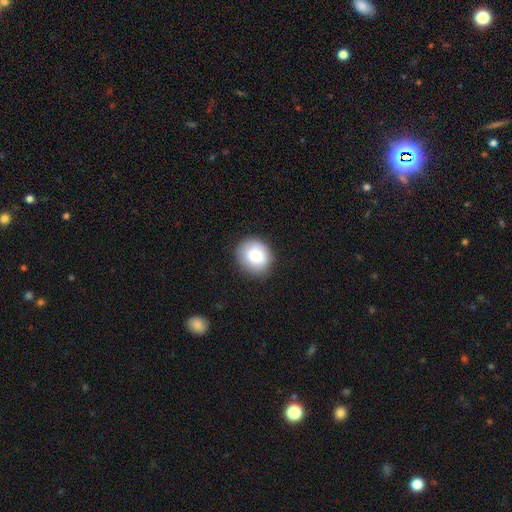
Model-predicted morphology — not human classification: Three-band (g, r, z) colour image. It shows a smooth galaxy with no disk features (83%) that is round (75%). Merging: none (85%).